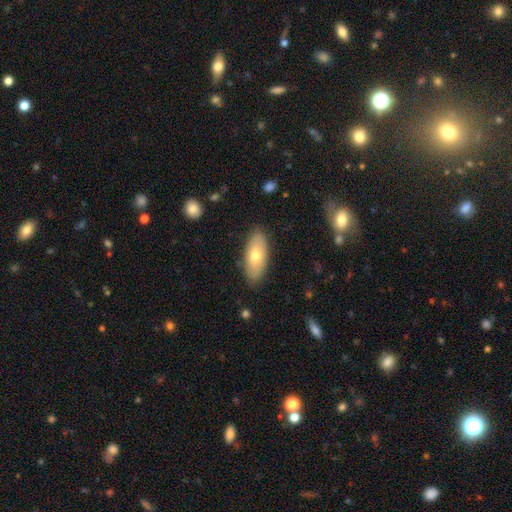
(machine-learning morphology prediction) This is likely a smooth galaxy (69%). How rounded: clearly in between (87%). Merging: clearly none (85%).